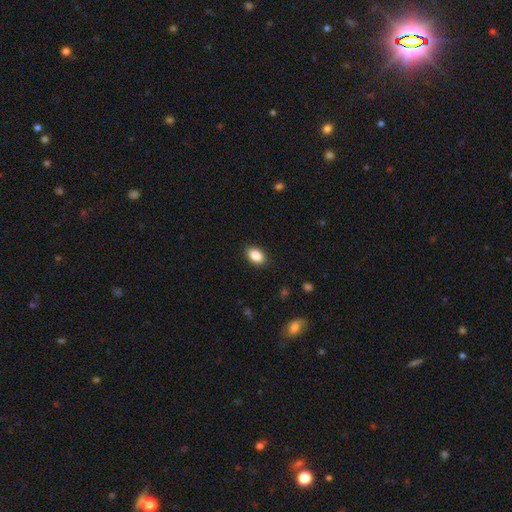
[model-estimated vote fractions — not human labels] Overall: smooth (87%). How rounded: in between (86%). Merging: none (89%).